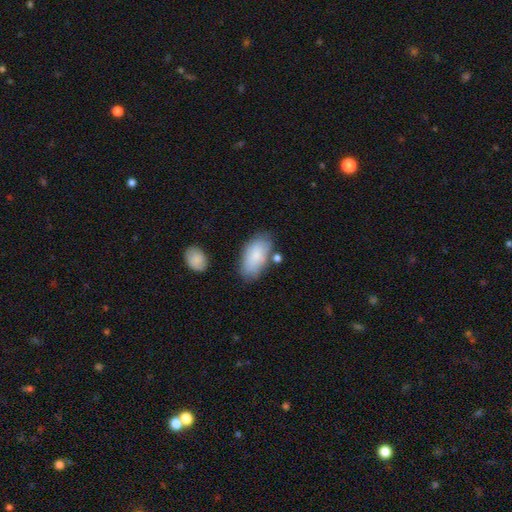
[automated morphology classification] This appears to be a smooth galaxy with no disk features (81%) that is in between round and cigar-shaped (94%). Merging: none (67%).